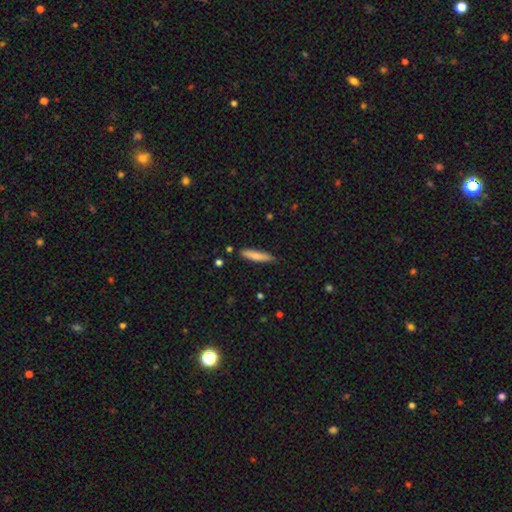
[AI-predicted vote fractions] The model was most divided on "smooth or featured": smooth: 77%, featured or disk: 17%, star or artifact: 6%. More confident: how rounded — cigar-shaped (87%); merging — none (84%).